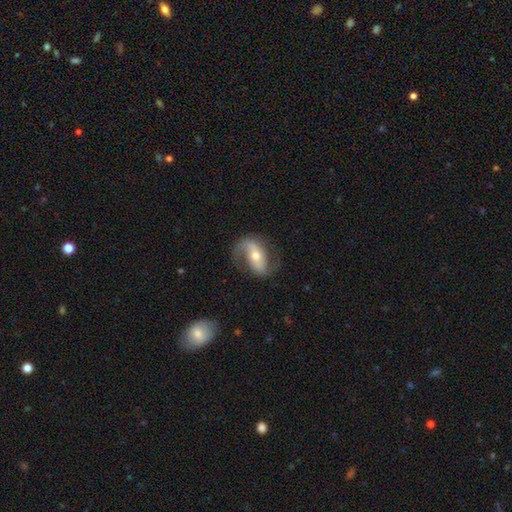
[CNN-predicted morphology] featured or disk 77%, smooth 17%, star or artifact 6%. Down the decision tree: edge-on disk — no (94%); bar — strong (35%); spiral arms — yes (91%); spiral arm count — 2 (86%); spiral winding — loose (55%); bulge size — moderate (63%); merging — none (71%).